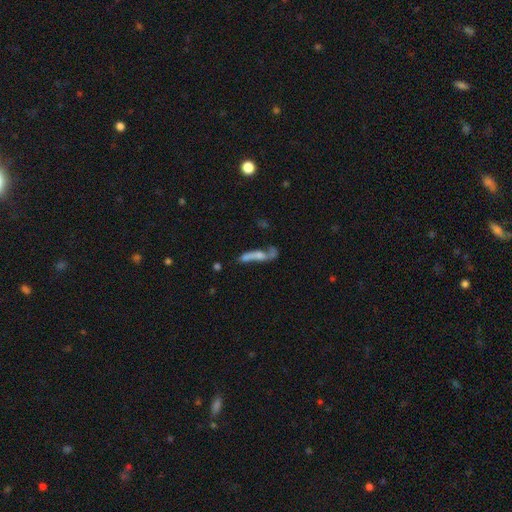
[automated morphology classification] Smooth or featured: featured or disk — 54% (smooth — 35%)
Edge-on disk: no — 71% (yes — 29%)
Merging: none — 34% (major disturbance — 25%)